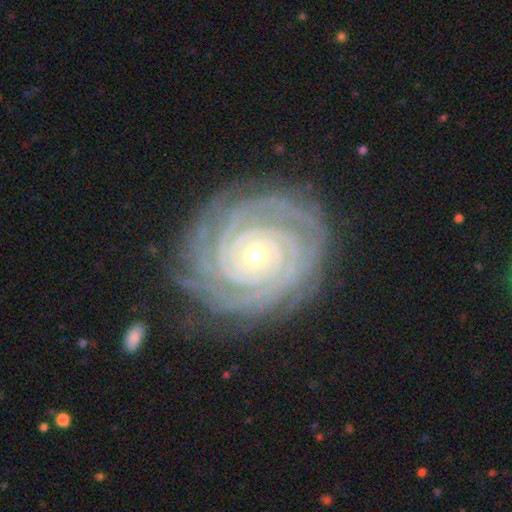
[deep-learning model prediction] featured or disk 91%, star or artifact 5%, smooth 4%. Down the decision tree: edge-on disk — no (98%); bar — no (79%); spiral arms — yes (99%); spiral arm count — 4 (22%); spiral winding — tight (91%); bulge size — small (68%); merging — none (83%).